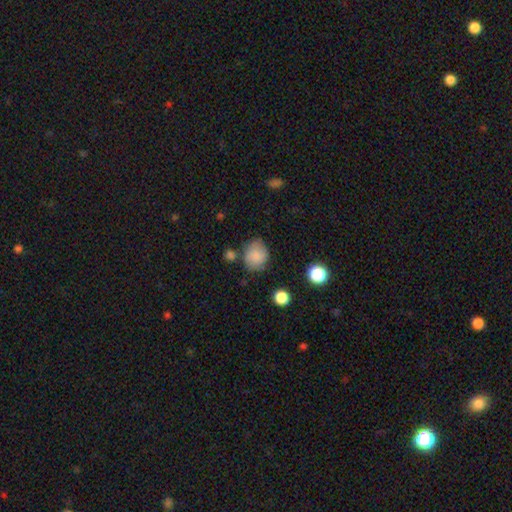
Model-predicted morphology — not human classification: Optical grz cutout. It shows a smooth galaxy with no disk features (82%) that is round (67%). Merging: none (64%).